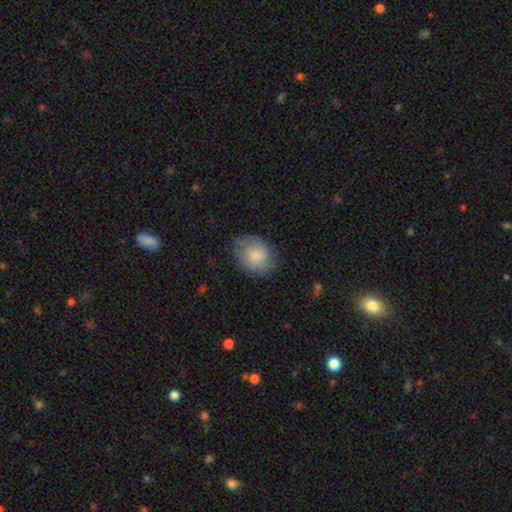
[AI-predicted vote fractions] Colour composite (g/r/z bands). It shows a smooth galaxy with no disk features (78%) that is in between round and cigar-shaped (50%). Merging: none (67%).